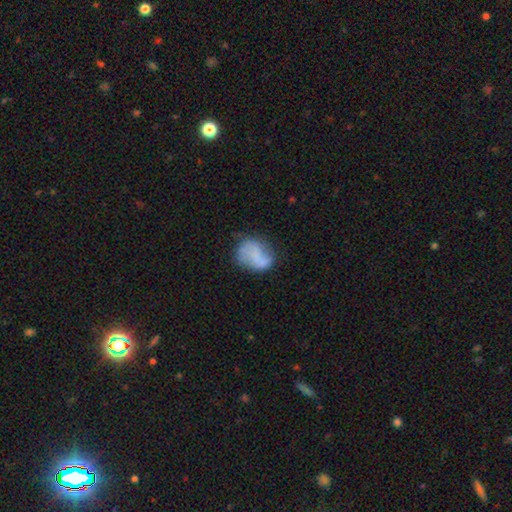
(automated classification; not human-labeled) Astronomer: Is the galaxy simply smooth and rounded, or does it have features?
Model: smooth — 53% (runner-up: featured or disk, 38%).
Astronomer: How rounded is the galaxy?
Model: in between — 64%.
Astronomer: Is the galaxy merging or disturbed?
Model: none — 51% (runner-up: minor disturbance, 29%).